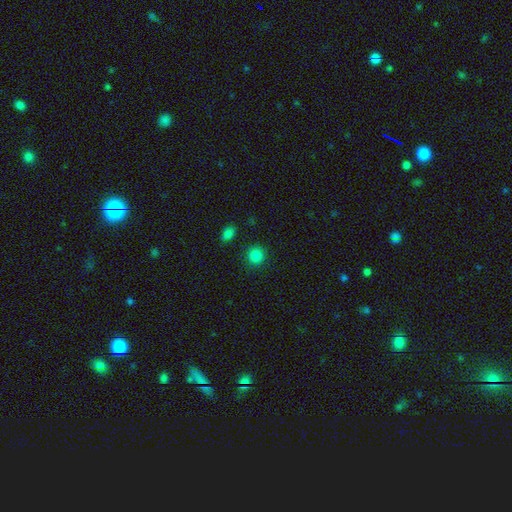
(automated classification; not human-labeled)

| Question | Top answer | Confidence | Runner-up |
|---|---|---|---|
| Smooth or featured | smooth | 85% | star or artifact (12%) |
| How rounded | round | 92% | in between (7%) |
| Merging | none | 90% | minor disturbance (6%) |